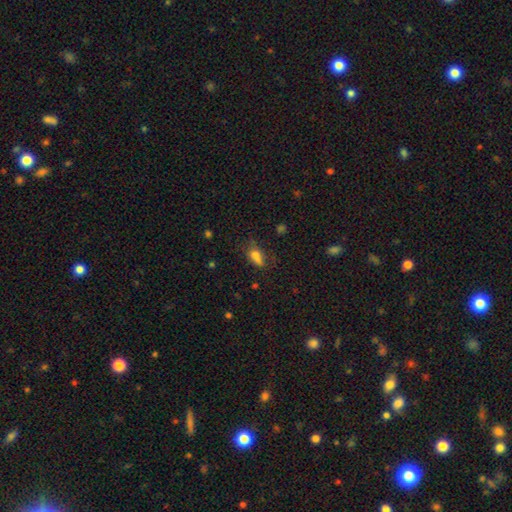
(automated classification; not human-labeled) smooth 72%, featured or disk 15%, star or artifact 14%. Down the decision tree: how rounded — in between (77%); merging — none (46%).